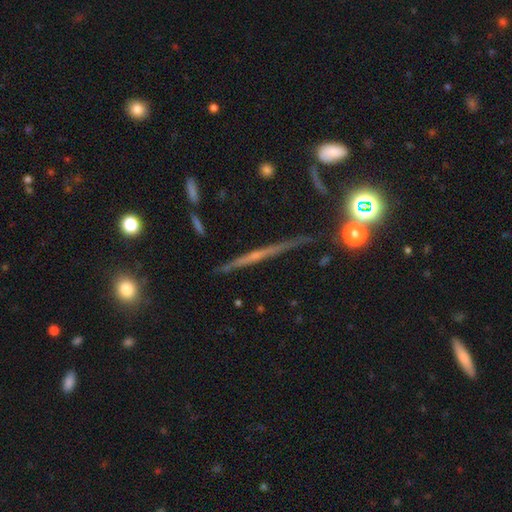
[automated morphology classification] This appears to be a featured or disk galaxy (63%) viewed edge-on (96%) with no central bulge (59%). Merging: none (83%).